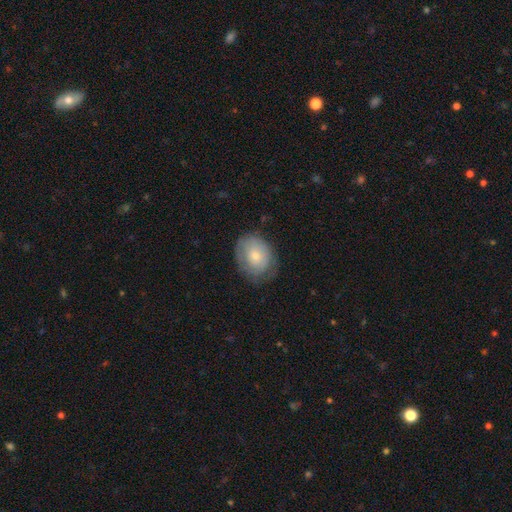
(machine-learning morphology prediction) This appears to be a smooth galaxy with no disk features (65%) that is round (50%). Merging: none (64%).